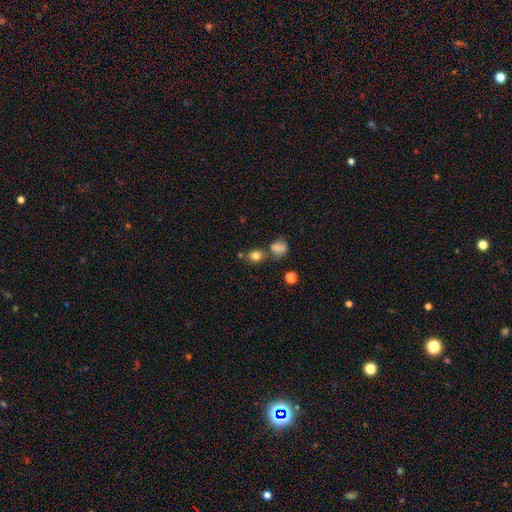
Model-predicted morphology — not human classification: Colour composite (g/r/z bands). It shows a smooth galaxy with no disk features (79%) that is round (59%). Merging: none (61%).